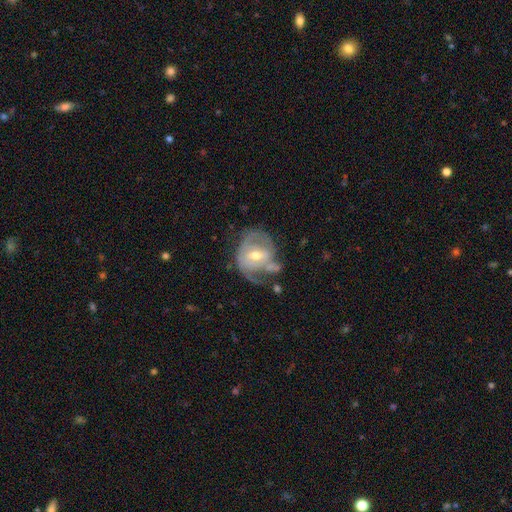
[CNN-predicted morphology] Smooth or featured: featured or disk — 73% (smooth — 20%)
Edge-on disk: no — 97% (yes — 3%)
Bar: weak — 47% (no — 35%)
Spiral arms: yes — 74% (no — 26%)
Spiral winding: tight — 43% (medium — 37%)
Spiral arm count: 2 — 40% (can't tell — 32%)
Bulge size: moderate — 63% (small — 32%)
Merging: none — 34% (major disturbance — 27%)